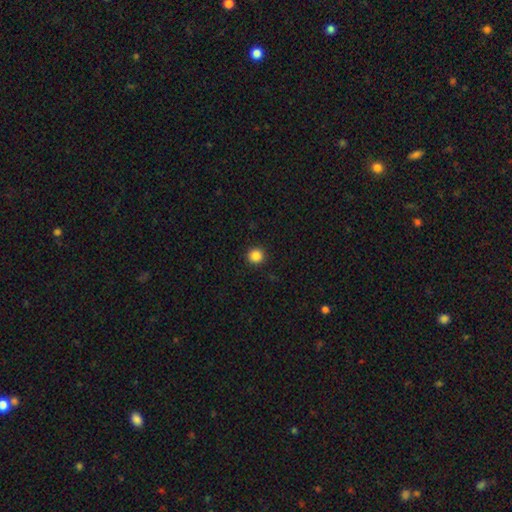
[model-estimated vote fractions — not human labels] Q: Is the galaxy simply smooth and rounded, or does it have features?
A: smooth — 87%.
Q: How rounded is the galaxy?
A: round — 94%.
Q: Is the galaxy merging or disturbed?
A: none — 92%.